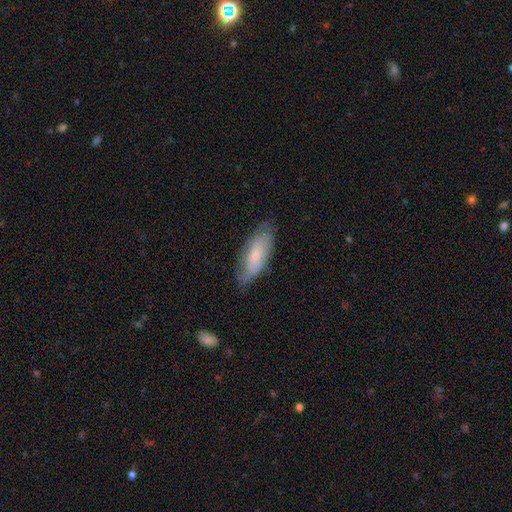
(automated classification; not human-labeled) Smooth or featured? Predicted: smooth (p=0.51). How rounded? Predicted: in between (p=0.71). Merging? Predicted: none (p=0.68).